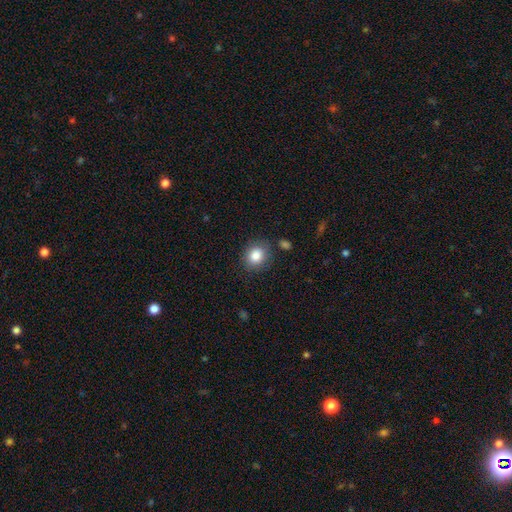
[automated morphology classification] A smooth galaxy with no disk features (84%) that is round (72%). Merging: none (82%).